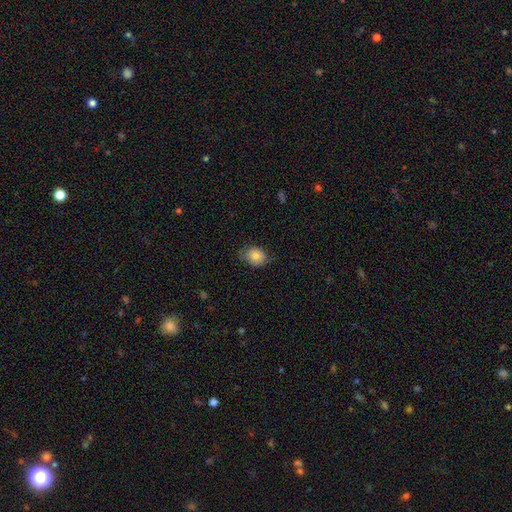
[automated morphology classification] Q: Smooth or featured?
A: smooth (79%); runner-up: featured or disk (13%)
Q: How rounded?
A: in between (61%); runner-up: round (38%)
Q: Merging?
A: none (68%); runner-up: minor disturbance (25%)